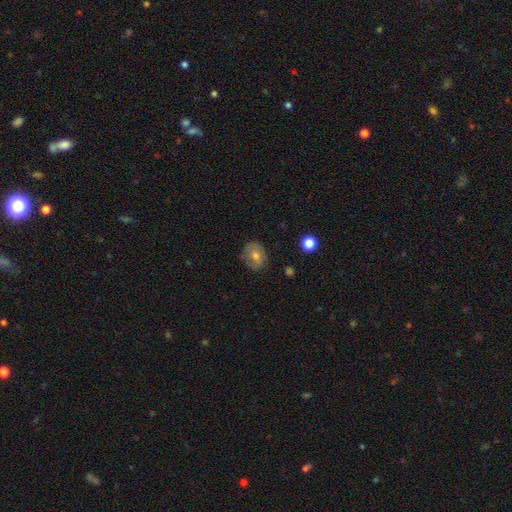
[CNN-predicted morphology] This is likely a smooth galaxy (60%). How rounded: possibly round (59%). Merging: likely none (76%).